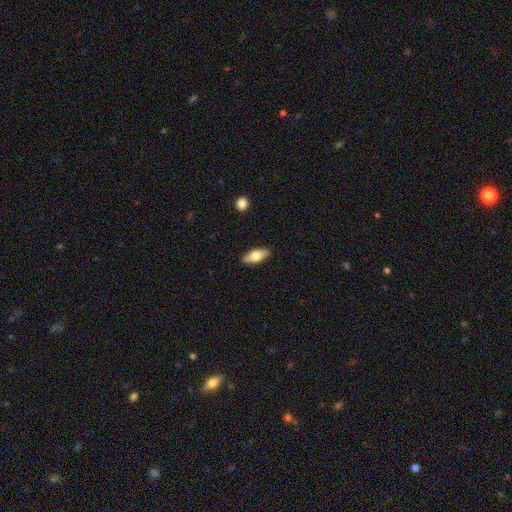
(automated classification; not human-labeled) Overall: smooth (68%). How rounded: in between (80%). Merging: none (88%).